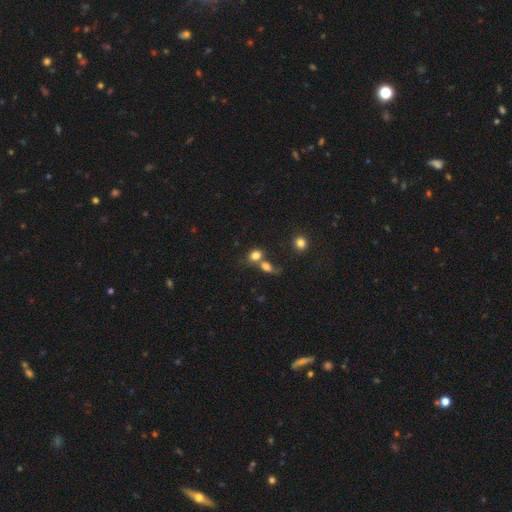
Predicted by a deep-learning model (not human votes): This is likely a smooth galaxy (79%). How rounded: possibly in between (51%). Merging: possibly merger (50%).